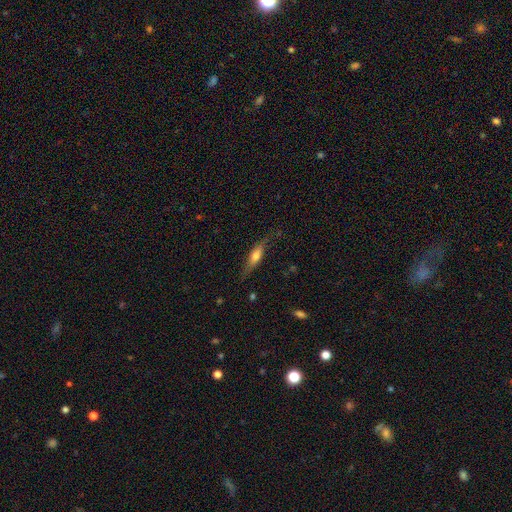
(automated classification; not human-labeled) smooth_or_featured: smooth (p=0.48) [alt: featured or disk p=0.46]
merging: none (p=0.73) [alt: minor disturbance p=0.20]